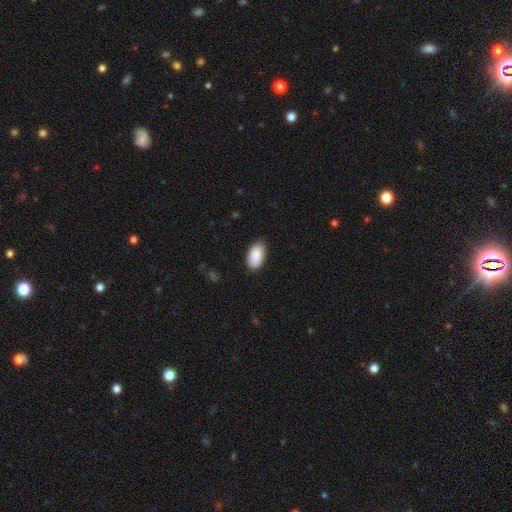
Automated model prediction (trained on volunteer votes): Q: Smooth or featured?
A: smooth (89%); runner-up: star or artifact (6%)
Q: How rounded?
A: in between (95%); runner-up: round (3%)
Q: Merging?
A: none (80%); runner-up: minor disturbance (16%)